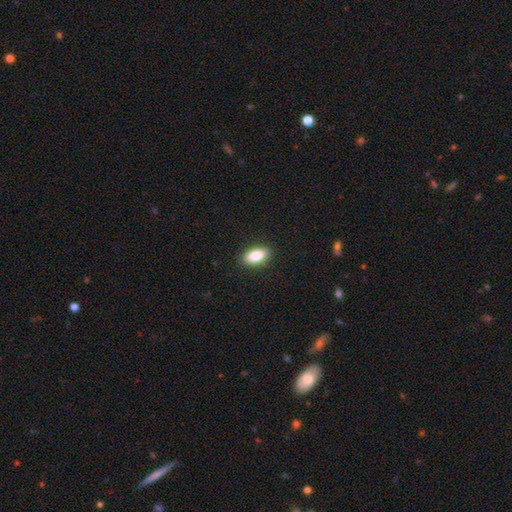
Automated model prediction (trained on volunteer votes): smooth-or-featured: smooth: 86% | featured or disk: 7% | star or artifact: 7%
  how-rounded: in between: 91% | cigar-shaped: 5% | round: 4%
  merging: none: 89% | minor disturbance: 8% | major disturbance: 2% | merger: 1%